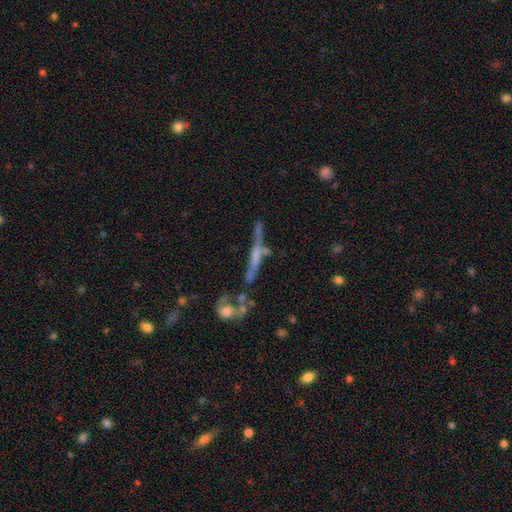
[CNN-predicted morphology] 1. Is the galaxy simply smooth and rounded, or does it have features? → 60% featured or disk, 26% smooth, 14% star or artifact.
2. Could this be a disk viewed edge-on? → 81% yes, 19% no.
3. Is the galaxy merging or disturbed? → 50% none, 20% merger, 16% minor disturbance, 13% major disturbance.